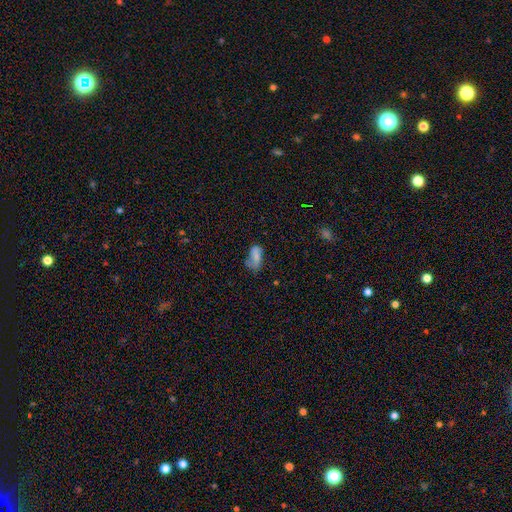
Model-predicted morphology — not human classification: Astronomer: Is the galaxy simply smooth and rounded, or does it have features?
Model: smooth — 71%.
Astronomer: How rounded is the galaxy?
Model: in between — 87%.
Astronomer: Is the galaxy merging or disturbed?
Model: none — 39% (runner-up: minor disturbance, 32%).